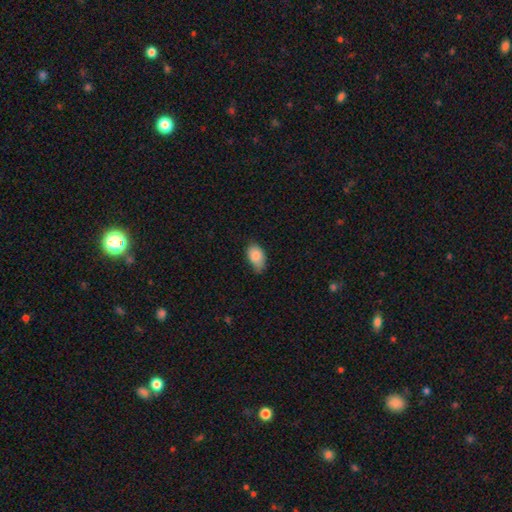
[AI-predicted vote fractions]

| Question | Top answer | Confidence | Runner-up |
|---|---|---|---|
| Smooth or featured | smooth | 86% | star or artifact (7%) |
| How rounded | in between | 90% | round (9%) |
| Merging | none | 51% | minor disturbance (40%) |